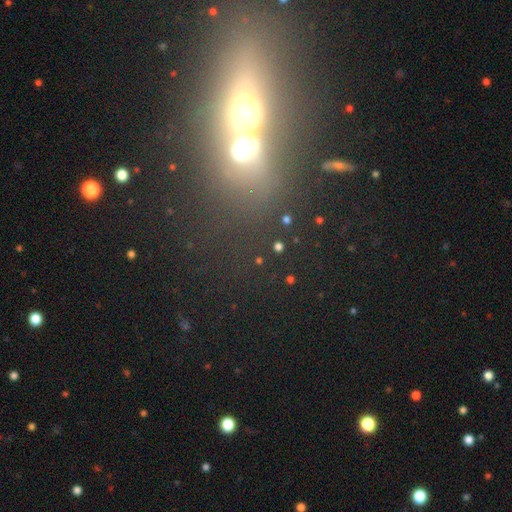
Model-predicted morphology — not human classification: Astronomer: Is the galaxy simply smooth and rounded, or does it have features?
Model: star or artifact — 37% (runner-up: smooth, 36%).